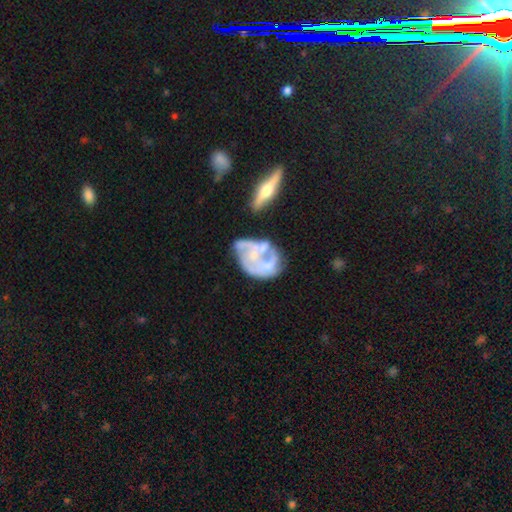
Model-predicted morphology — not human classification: smooth-or-featured: featured or disk: 75% | smooth: 18% | star or artifact: 7%
  disk-edge-on: no: 97% | yes: 3%
    bar: no: 78% | weak: 17% | strong: 5%
    has-spiral-arms: yes: 51% | no: 49%
    bulge-size: small: 47% | moderate: 29% | none: 20% | large: 2% | dominant: 1%
  merging: none: 31% | merger: 28% | major disturbance: 22% | minor disturbance: 19%